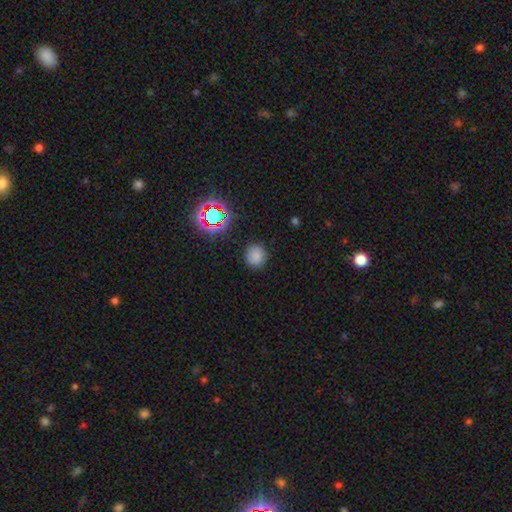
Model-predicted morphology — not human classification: Smooth or featured?
  - smooth: 76% *
  - star or artifact: 18%
  - featured or disk: 6%
How rounded?
  - round: 88% *
  - in between: 11%
  - cigar-shaped: 1%
Merging?
  - none: 86% *
  - minor disturbance: 9%
  - major disturbance: 3%
  - merger: 1%